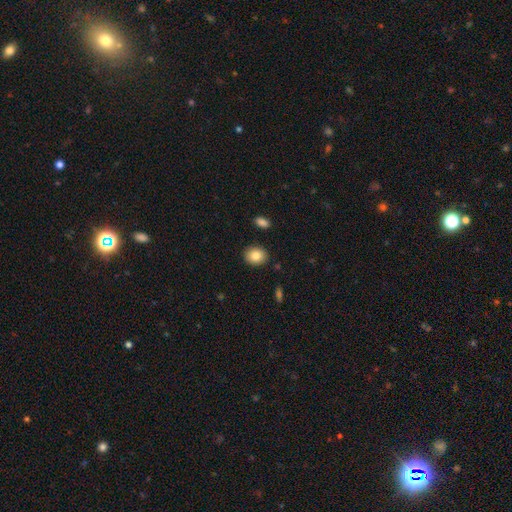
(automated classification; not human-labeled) smooth-or-featured: smooth: 84% | star or artifact: 8% | featured or disk: 7%
  how-rounded: round: 55% | in between: 44% | cigar-shaped: 1%
  merging: none: 89% | minor disturbance: 7% | major disturbance: 2% | merger: 2%